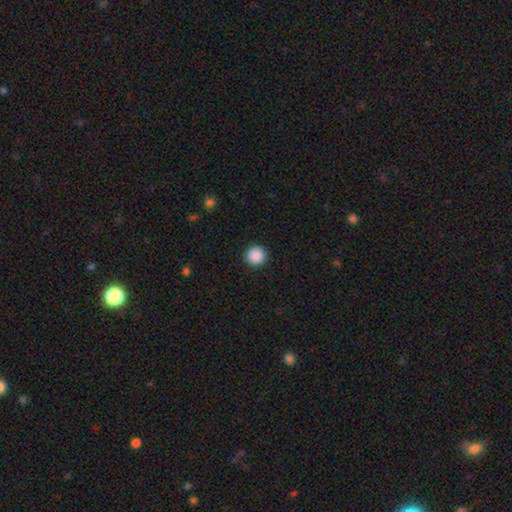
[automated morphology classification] Smooth or featured? smooth (89%)
How rounded? round (96%)
Merging? none (93%)